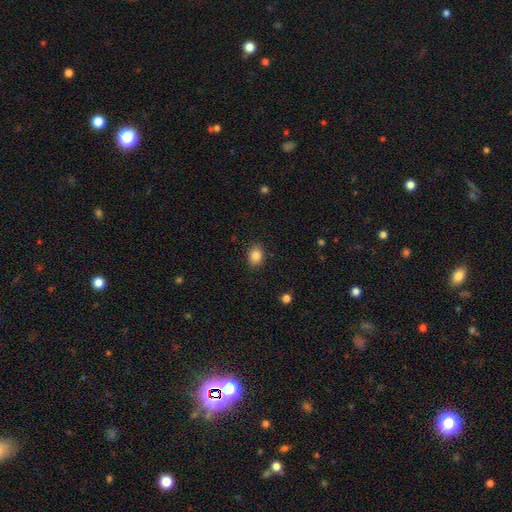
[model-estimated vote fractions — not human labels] Smooth or featured? Predicted: smooth (p=0.85). How rounded? Predicted: in between (p=0.55). Merging? Predicted: none (p=0.87).